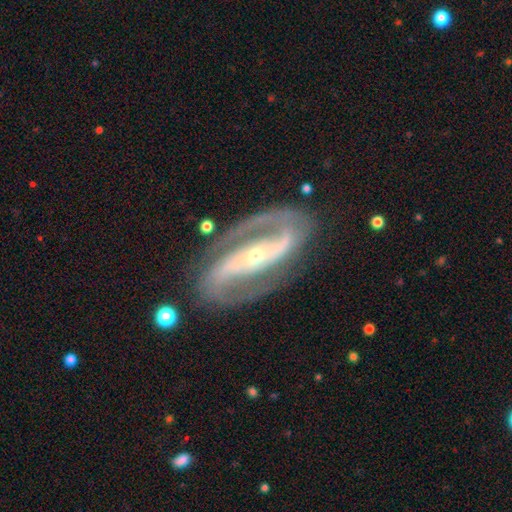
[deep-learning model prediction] Smooth or featured? Predicted: featured or disk (p=0.91). Edge-on disk? Predicted: no (p=0.95). Bar? Predicted: strong (p=0.53). Spiral arms? Predicted: yes (p=0.96). Spiral winding? Predicted: medium (p=0.50). Spiral arm count? Predicted: 2 (p=0.91). Bulge size? Predicted: small (p=0.66). Merging? Predicted: none (p=0.79).